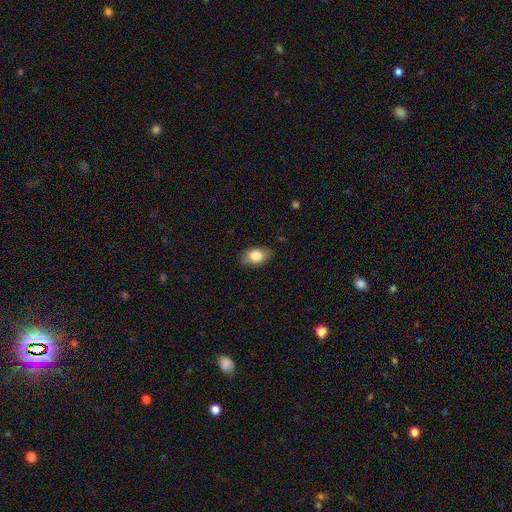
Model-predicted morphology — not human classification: Q: Smooth or featured?
A: smooth (80%); runner-up: featured or disk (13%)
Q: How rounded?
A: in between (89%); runner-up: round (9%)
Q: Merging?
A: none (84%); runner-up: minor disturbance (13%)